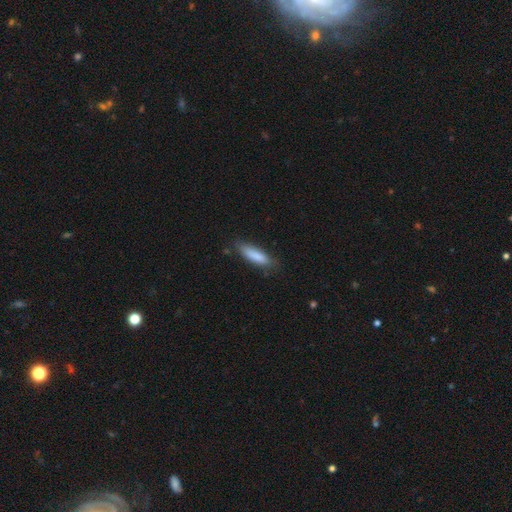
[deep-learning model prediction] Smooth or featured?
  - smooth: 85% *
  - featured or disk: 9%
  - star or artifact: 6%
How rounded?
  - cigar-shaped: 61% *
  - in between: 38%
  - round: 1%
Merging?
  - none: 76% *
  - minor disturbance: 18%
  - major disturbance: 4%
  - merger: 2%